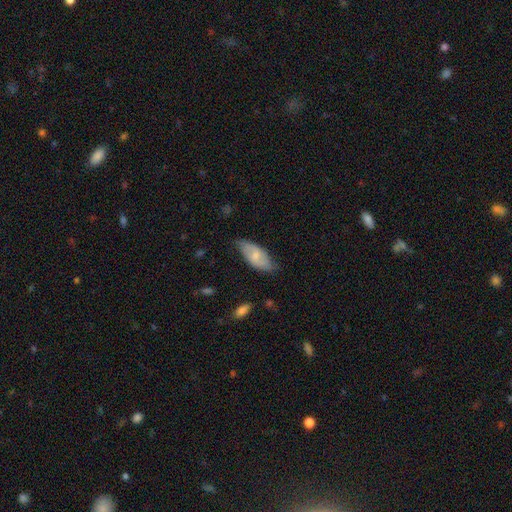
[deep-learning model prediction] Smooth or featured?
  - smooth: 57% *
  - featured or disk: 37%
  - star or artifact: 6%
How rounded?
  - in between: 87% *
  - cigar-shaped: 10%
  - round: 2%
Merging?
  - none: 64% *
  - minor disturbance: 29%
  - major disturbance: 5%
  - merger: 2%